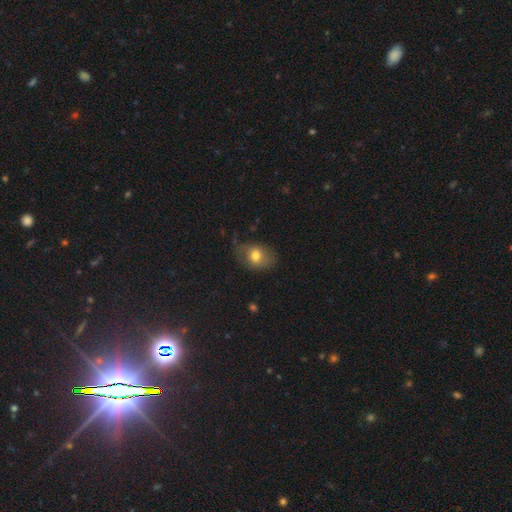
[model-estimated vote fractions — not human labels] This appears to be a smooth galaxy with no disk features (72%) that is in between round and cigar-shaped (72%). Merging: none (66%).